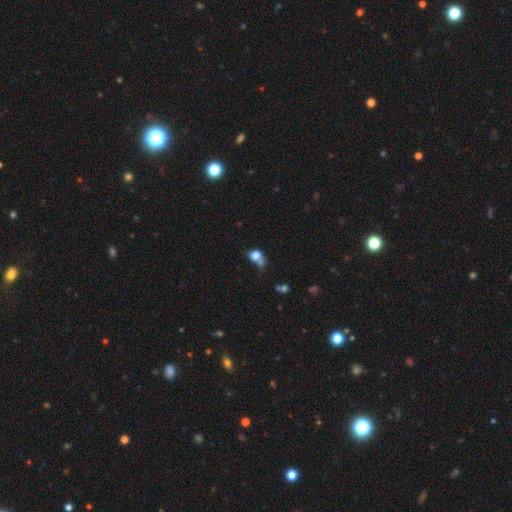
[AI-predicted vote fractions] Q: Smooth or featured?
A: smooth (76%); runner-up: star or artifact (13%)
Q: How rounded?
A: round (55%); runner-up: in between (44%)
Q: Merging?
A: none (35%); runner-up: merger (32%)